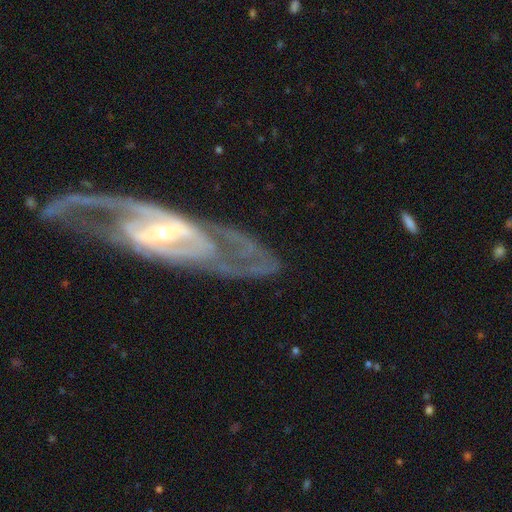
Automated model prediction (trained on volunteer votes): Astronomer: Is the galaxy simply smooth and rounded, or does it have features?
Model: featured or disk — 88%.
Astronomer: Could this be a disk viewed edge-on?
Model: no — 88%.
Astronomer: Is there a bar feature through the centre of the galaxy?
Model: strong — 49% (runner-up: weak, 32%).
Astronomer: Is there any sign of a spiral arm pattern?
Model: yes — 91%.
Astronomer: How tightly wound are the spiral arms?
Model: medium — 45% (runner-up: tight, 37%).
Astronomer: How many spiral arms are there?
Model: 2 — 72%.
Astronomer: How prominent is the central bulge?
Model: small — 76%.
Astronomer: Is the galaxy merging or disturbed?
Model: none — 72%.